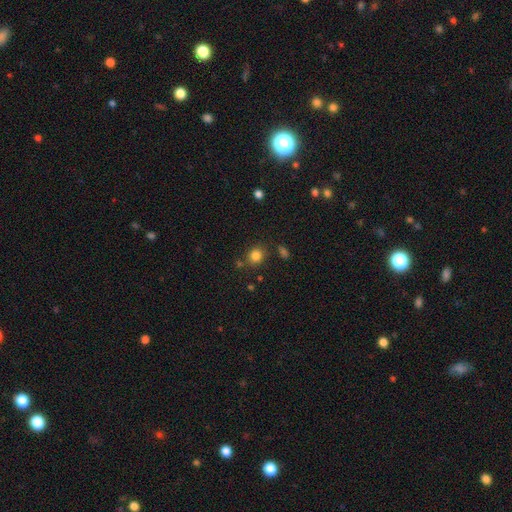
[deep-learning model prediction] A smooth galaxy with no disk features (82%) that is round (74%).

Vote fractions:
- Smooth or featured? smooth: 82% / star or artifact: 13% / featured or disk: 6%
- How rounded? round: 74% / in between: 25% / cigar-shaped: 1%
- Merging? none: 78% / minor disturbance: 12% / merger: 6% / major disturbance: 4%